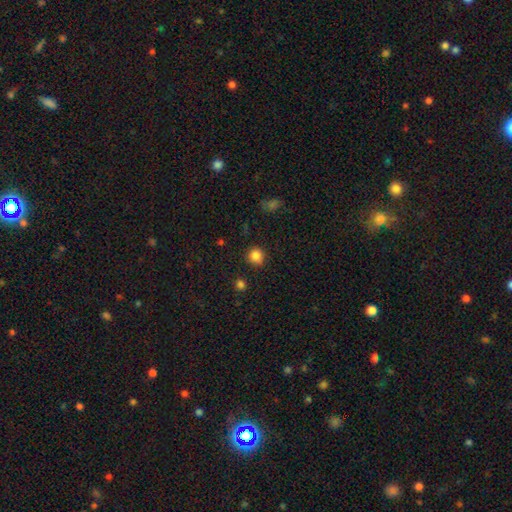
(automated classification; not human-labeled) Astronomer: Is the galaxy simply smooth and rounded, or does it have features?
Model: smooth — 85%.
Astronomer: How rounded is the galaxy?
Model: round — 89%.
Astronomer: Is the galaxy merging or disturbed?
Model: none — 87%.